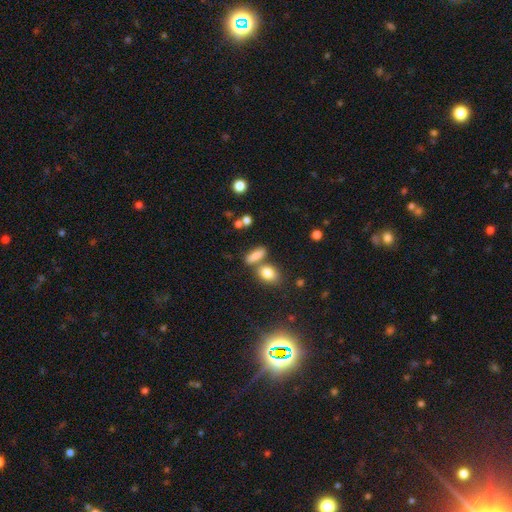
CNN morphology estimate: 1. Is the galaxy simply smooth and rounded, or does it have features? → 78% smooth, 11% star or artifact, 11% featured or disk.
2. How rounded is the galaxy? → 55% in between, 34% cigar-shaped, 10% round.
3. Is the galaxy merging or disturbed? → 60% none, 22% merger, 12% minor disturbance, 5% major disturbance.